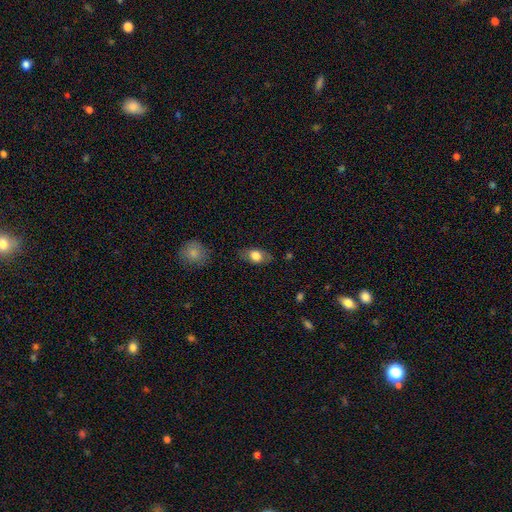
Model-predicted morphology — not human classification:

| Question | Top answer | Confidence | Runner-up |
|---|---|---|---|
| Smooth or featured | smooth | 73% | featured or disk (20%) |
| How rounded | in between | 81% | round (15%) |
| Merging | none | 76% | minor disturbance (18%) |